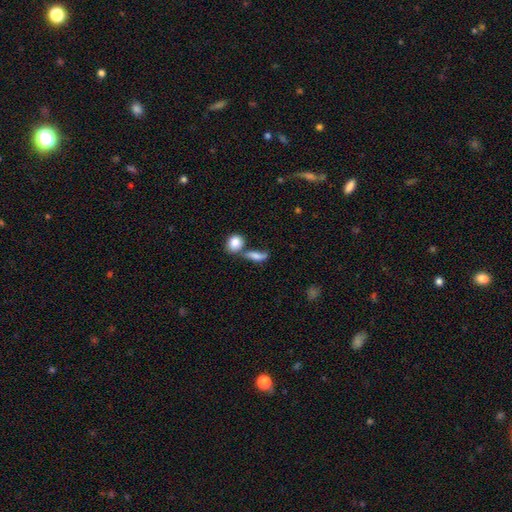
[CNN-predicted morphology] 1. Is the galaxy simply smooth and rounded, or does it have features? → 72% smooth, 19% featured or disk, 9% star or artifact.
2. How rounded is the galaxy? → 55% in between, 32% cigar-shaped, 13% round.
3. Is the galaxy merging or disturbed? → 47% none, 27% merger, 17% minor disturbance, 8% major disturbance.